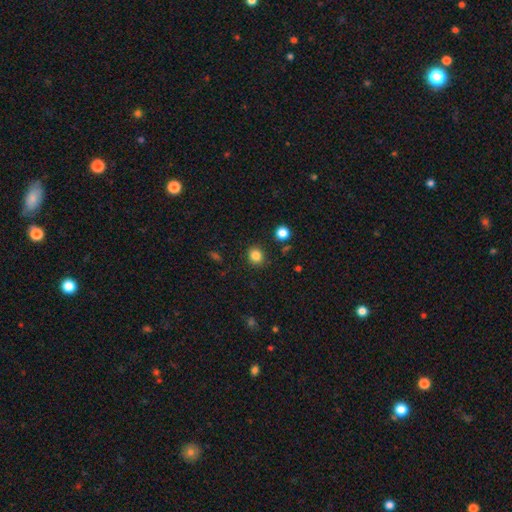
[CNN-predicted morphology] Overall: smooth (84%). How rounded: round (80%). Merging: none (89%).